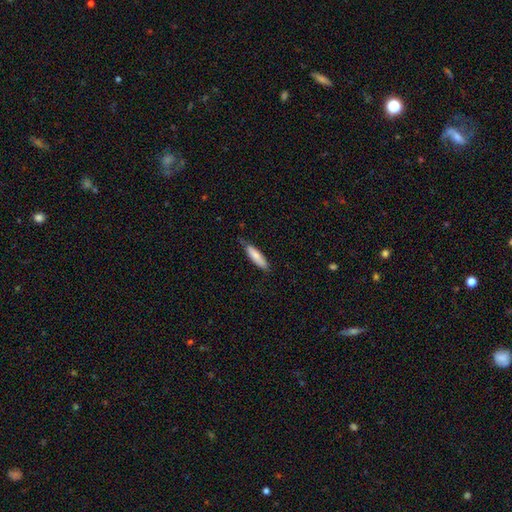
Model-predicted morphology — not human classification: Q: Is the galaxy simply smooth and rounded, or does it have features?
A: smooth — 80%.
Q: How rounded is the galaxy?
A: cigar-shaped — 66%.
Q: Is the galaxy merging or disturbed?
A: none — 73%.